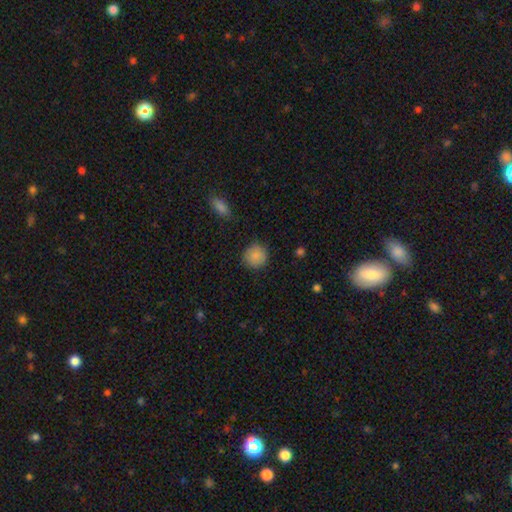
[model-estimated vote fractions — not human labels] This appears to be a smooth galaxy with no disk features (88%) that is round (92%). Merging: none (88%).